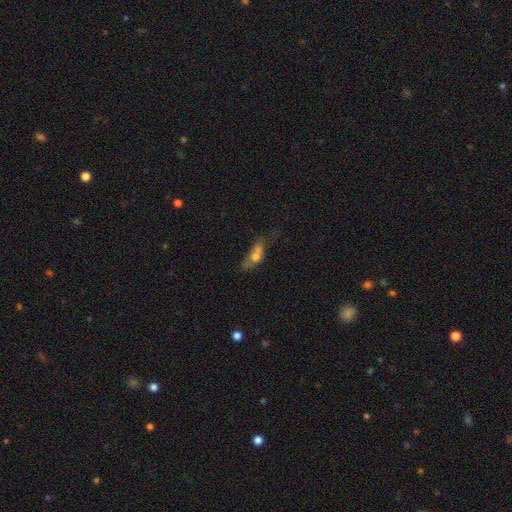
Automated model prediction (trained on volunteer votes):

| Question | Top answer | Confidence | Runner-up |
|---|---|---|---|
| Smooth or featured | smooth | 58% | featured or disk (30%) |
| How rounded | in between | 67% | cigar-shaped (19%) |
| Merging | merger | 37% | none (27%) |